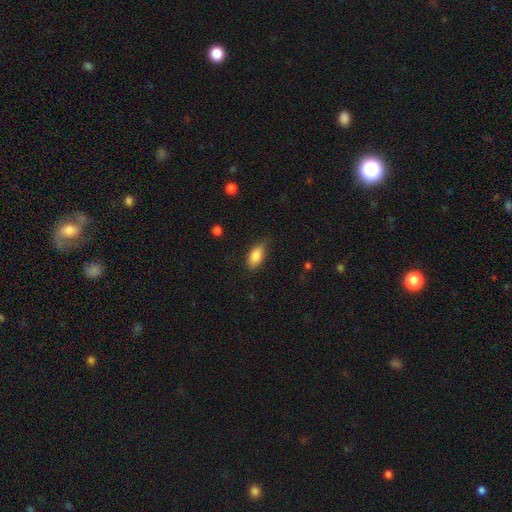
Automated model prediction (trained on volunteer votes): Smooth or featured? smooth (86%)
How rounded? in between (89%)
Merging? none (75%)